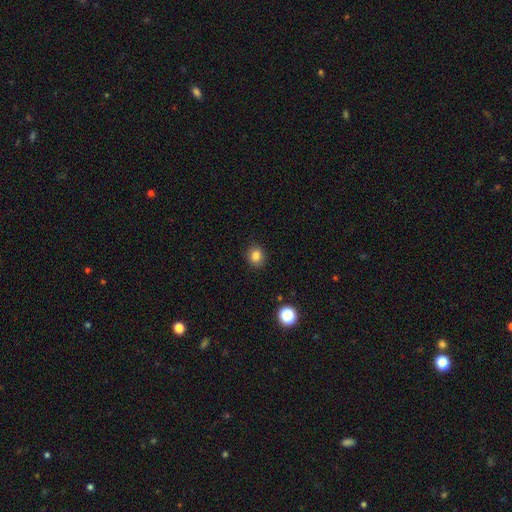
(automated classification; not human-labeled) A smooth galaxy with no disk features (83%) that is round (73%).

Vote fractions:
- Smooth or featured? smooth: 83% / star or artifact: 12% / featured or disk: 5%
- How rounded? round: 73% / in between: 26% / cigar-shaped: 1%
- Merging? none: 89% / minor disturbance: 8% / major disturbance: 2% / merger: 1%